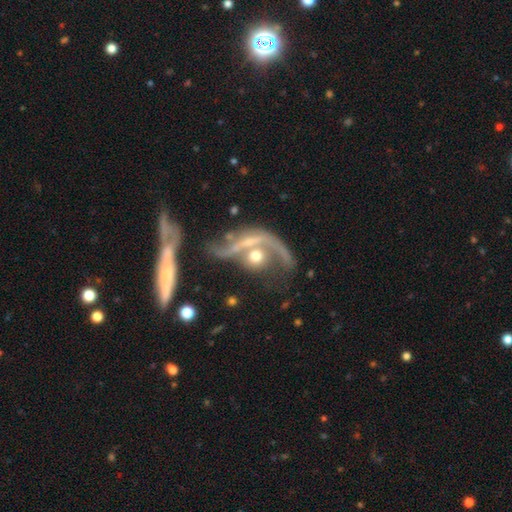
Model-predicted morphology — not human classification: This appears to be a featured or disk galaxy (69%) with no bar (63%), spiral arms (66%) and a moderate central bulge (52%). Merging: merger (43%).